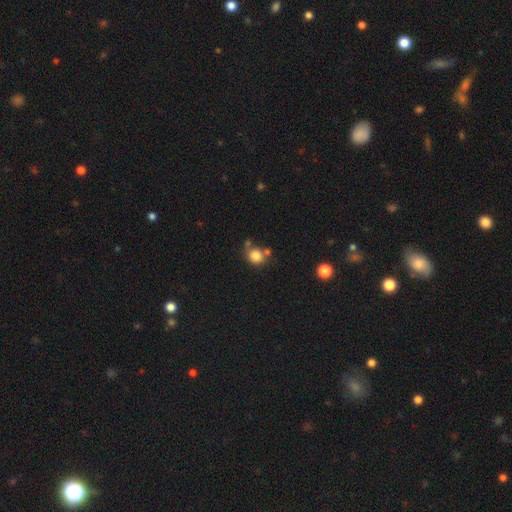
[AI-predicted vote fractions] A smooth galaxy with no disk features (82%) that is round (79%).

Vote fractions:
- Smooth or featured? smooth: 82% / star or artifact: 11% / featured or disk: 7%
- How rounded? round: 79% / in between: 20% / cigar-shaped: 1%
- Merging? none: 61% / merger: 20% / minor disturbance: 15% / major disturbance: 5%